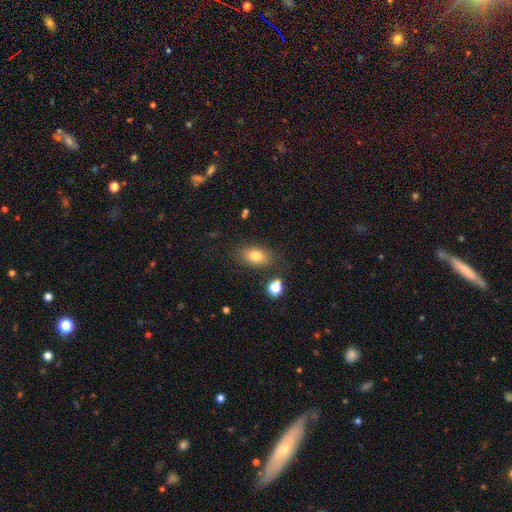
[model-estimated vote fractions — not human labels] Morphology: type=smooth (79%); roundness=in between (86%); merging=none (80%).